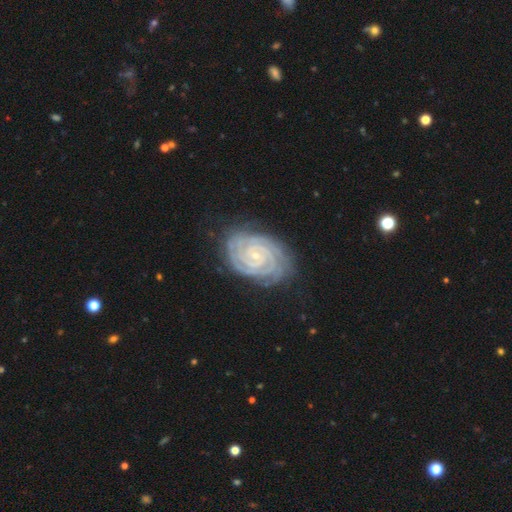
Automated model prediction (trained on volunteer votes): This is clearly a featured or disk galaxy (90%). It is clearly not viewed edge-on (98%). Bar: likely no (65%). Spiral arm pattern: clearly yes (99%). Spiral arm count: marginally 2 (34%). Spiral winding: clearly tight (88%). Central bulge: clearly small (83%). Merging: likely none (79%).